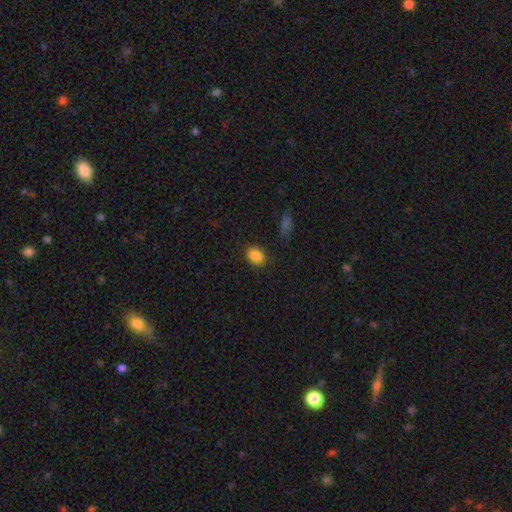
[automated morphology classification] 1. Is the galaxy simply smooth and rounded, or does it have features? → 86% smooth, 10% star or artifact, 5% featured or disk.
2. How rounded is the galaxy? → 68% in between, 31% round, 1% cigar-shaped.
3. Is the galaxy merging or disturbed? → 84% none, 12% minor disturbance, 3% major disturbance, 2% merger.